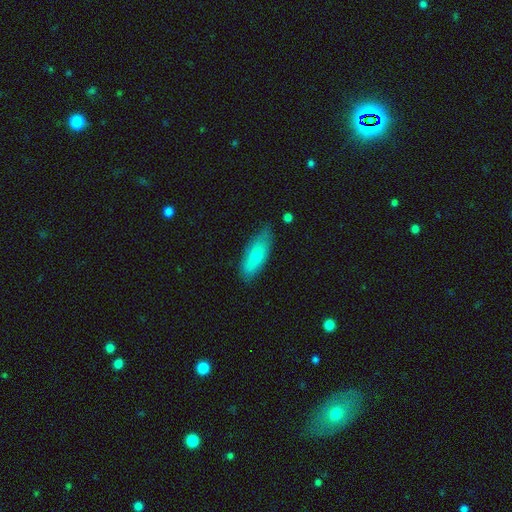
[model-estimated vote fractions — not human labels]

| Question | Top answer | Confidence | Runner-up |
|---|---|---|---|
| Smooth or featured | smooth | 72% | featured or disk (22%) |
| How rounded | in between | 71% | cigar-shaped (26%) |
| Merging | none | 74% | minor disturbance (21%) |